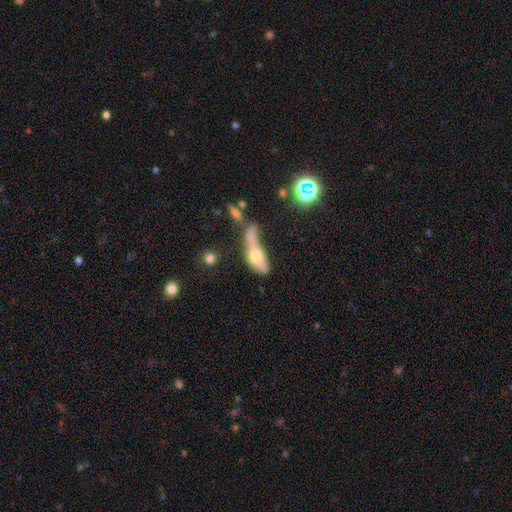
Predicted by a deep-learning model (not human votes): Smooth or featured: smooth — 54% (featured or disk — 32%)
How rounded: in between — 56% (cigar-shaped — 35%)
Merging: merger — 43% (major disturbance — 24%)